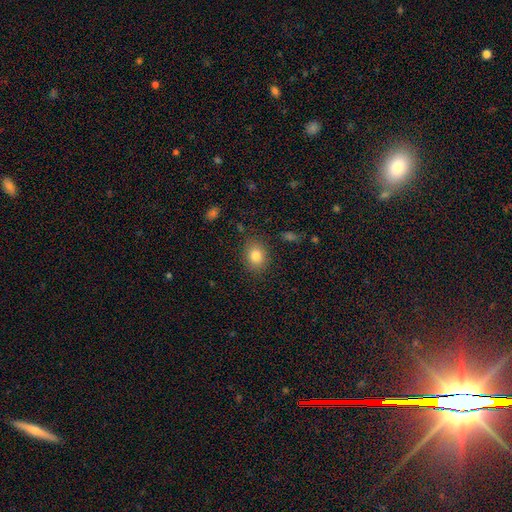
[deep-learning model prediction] This appears to be a smooth galaxy with no disk features (82%) that is round (50%). Merging: none (85%).